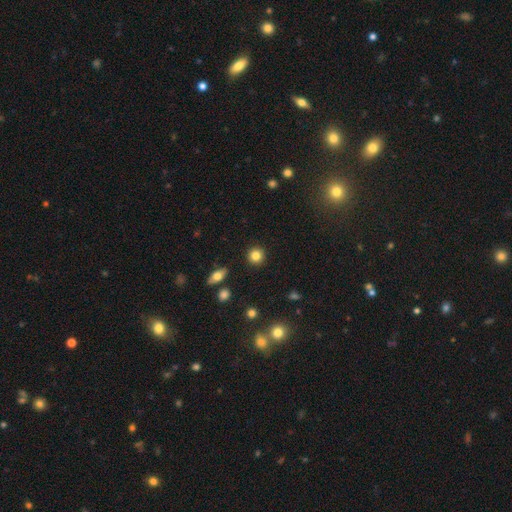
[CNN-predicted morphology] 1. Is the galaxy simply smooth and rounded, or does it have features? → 84% smooth, 10% star or artifact, 6% featured or disk.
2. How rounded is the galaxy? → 93% round, 6% in between, 1% cigar-shaped.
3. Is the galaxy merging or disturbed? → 92% none, 5% minor disturbance, 2% major disturbance, 2% merger.